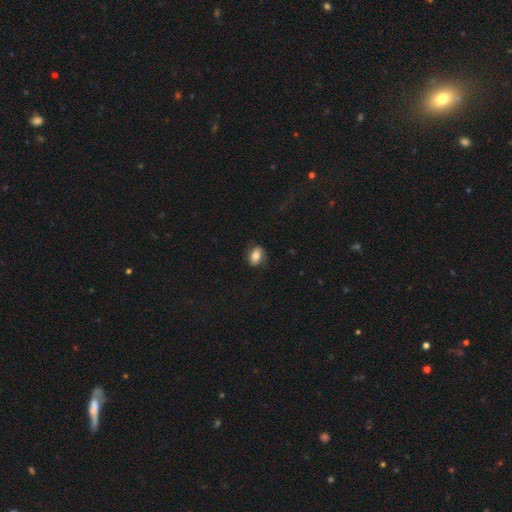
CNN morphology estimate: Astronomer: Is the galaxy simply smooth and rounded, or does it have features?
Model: smooth — 79%.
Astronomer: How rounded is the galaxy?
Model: in between — 77%.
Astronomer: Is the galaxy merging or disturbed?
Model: none — 80%.